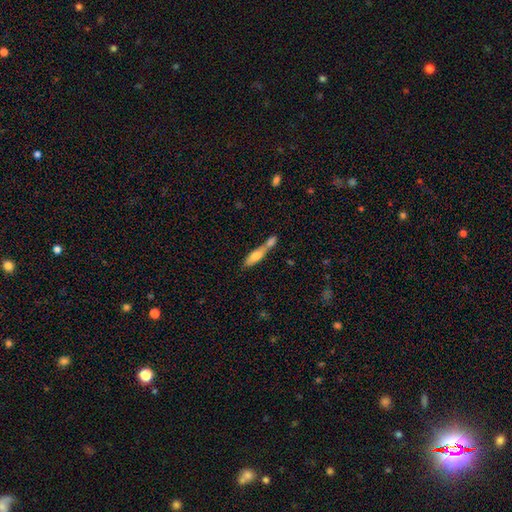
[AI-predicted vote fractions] A smooth galaxy with no disk features (66%) that is cigar-shaped (56%). Merging: merger (58%).